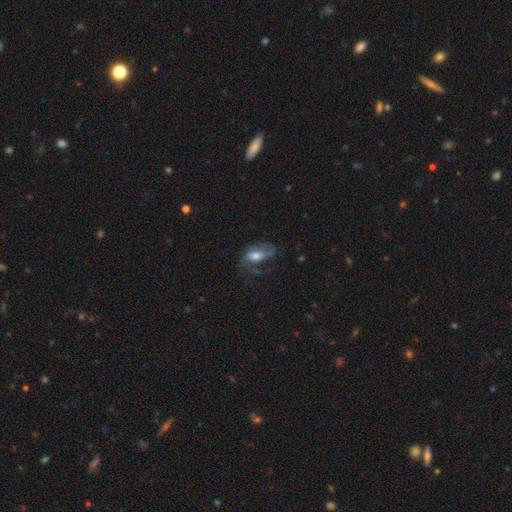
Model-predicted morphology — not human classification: This appears to be a featured or disk galaxy (50%). Merging: none (42%).